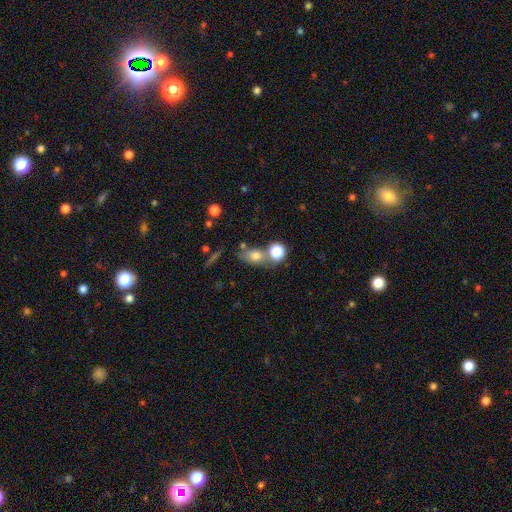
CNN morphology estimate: A smooth galaxy with no disk features (75%) that is in between round and cigar-shaped (63%).

Vote fractions:
- Smooth or featured? smooth: 75% / star or artifact: 13% / featured or disk: 12%
- How rounded? in between: 63% / round: 33% / cigar-shaped: 3%
- Merging? none: 49% / merger: 32% / minor disturbance: 13% / major disturbance: 6%